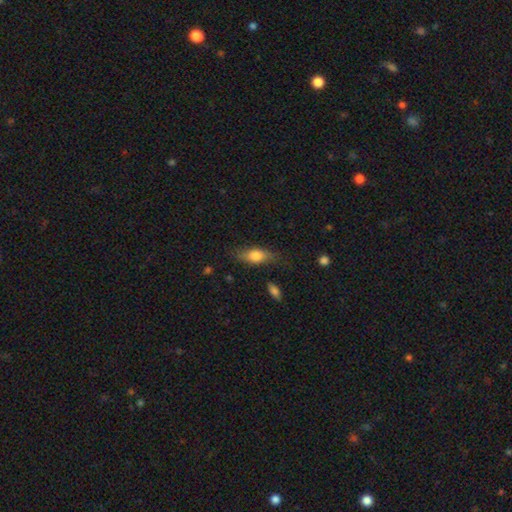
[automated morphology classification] The model was most divided on "merging": none: 71%, minor disturbance: 21%, major disturbance: 6%, merger: 2%. More confident: how rounded — in between (77%); smooth or featured — smooth (76%).